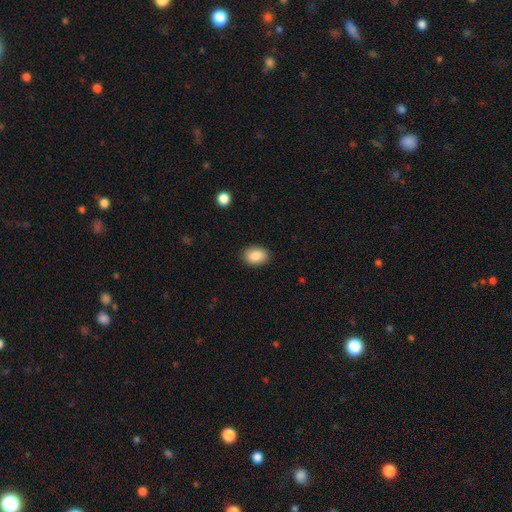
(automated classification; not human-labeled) Morphology: type=smooth (88%); roundness=in between (74%); merging=none (88%).